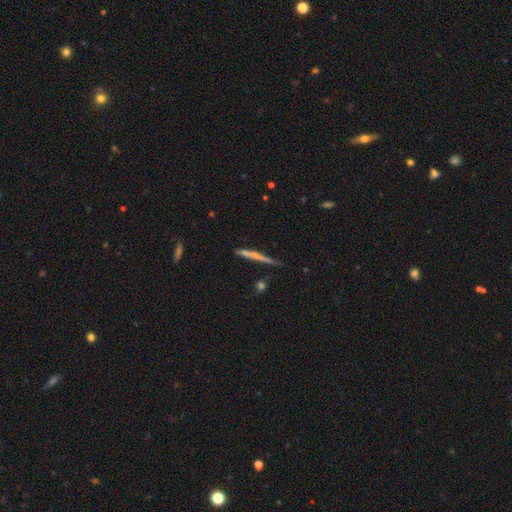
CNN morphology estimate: smooth-or-featured: smooth: 47% | featured or disk: 44% | star or artifact: 9%
  merging: none: 70% | minor disturbance: 20% | major disturbance: 5% | merger: 5%